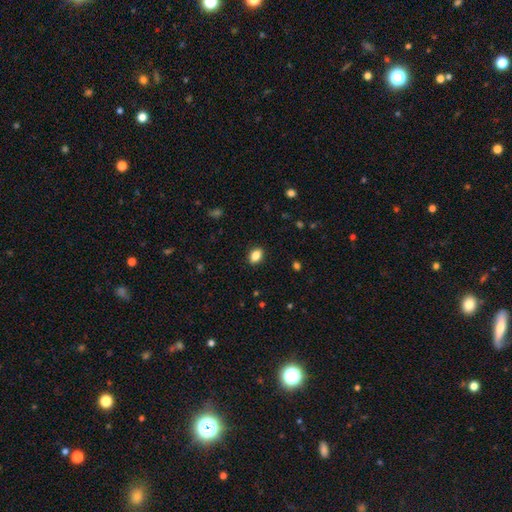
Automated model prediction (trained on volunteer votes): smooth_or_featured: smooth (p=0.85) [alt: star or artifact p=0.09]
how_rounded: in between (p=0.82) [alt: round p=0.17]
merging: none (p=0.89) [alt: minor disturbance p=0.08]